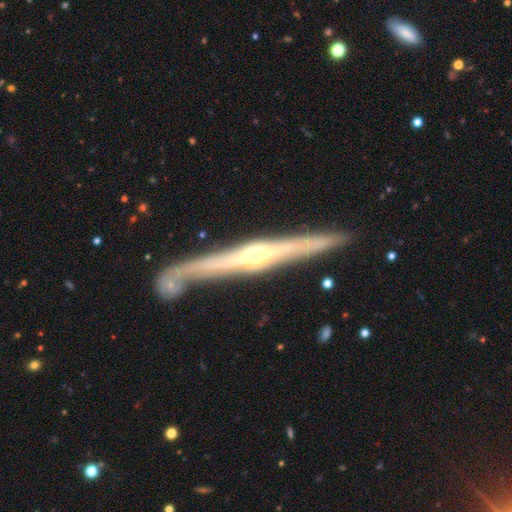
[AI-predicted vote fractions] The model was most divided on "merging": none: 75%, minor disturbance: 13%, merger: 8%, major disturbance: 4%. More confident: edge-on disk — yes (96%); smooth or featured — featured or disk (85%); edge-on bulge — rounded (80%).